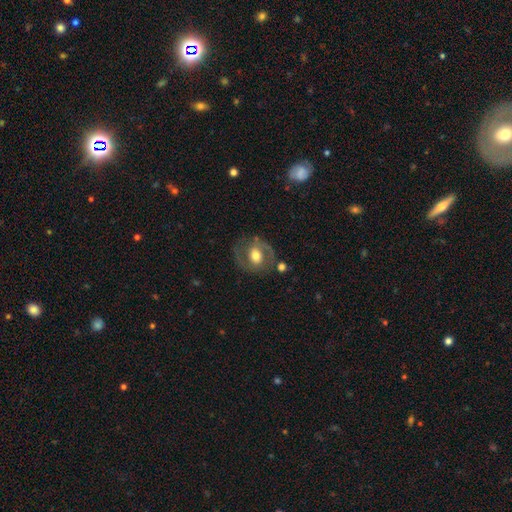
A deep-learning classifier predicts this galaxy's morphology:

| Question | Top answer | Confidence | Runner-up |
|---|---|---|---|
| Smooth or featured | featured or disk | 60% | smooth (33%) |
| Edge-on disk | no | 95% | yes (5%) |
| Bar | no | 48% | weak (36%) |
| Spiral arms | yes | 63% | no (37%) |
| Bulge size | moderate | 63% | large (24%) |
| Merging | none | 70% | minor disturbance (15%) |